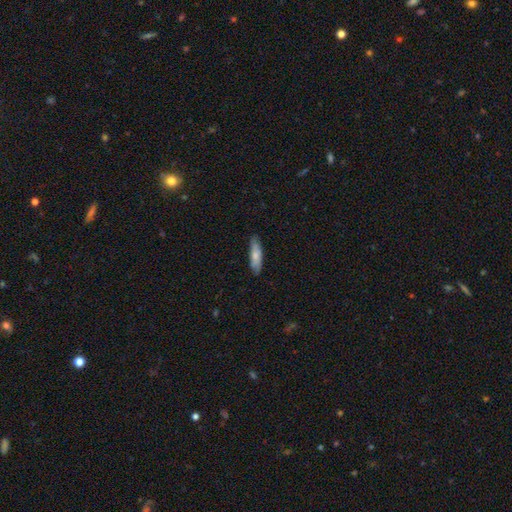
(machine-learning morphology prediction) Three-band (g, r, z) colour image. It shows a smooth galaxy with no disk features (71%) that is cigar-shaped (64%). Merging: none (84%).